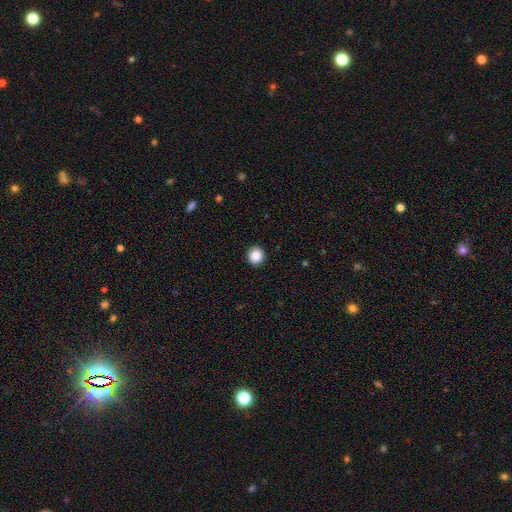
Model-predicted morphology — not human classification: A smooth galaxy with no disk features (88%) that is round (93%). Merging: none (93%).